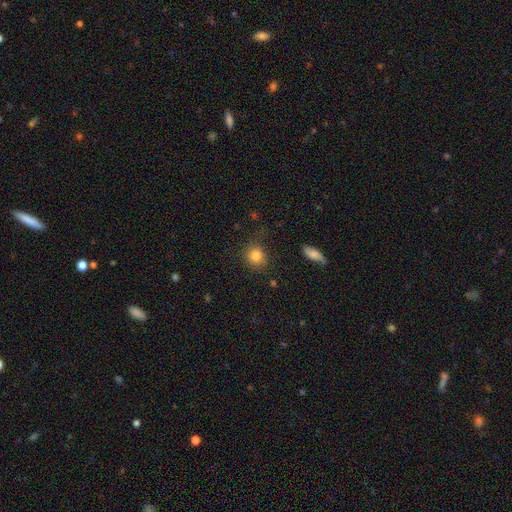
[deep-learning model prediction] This appears to be a smooth galaxy with no disk features (84%) that is round (84%). Merging: none (77%).